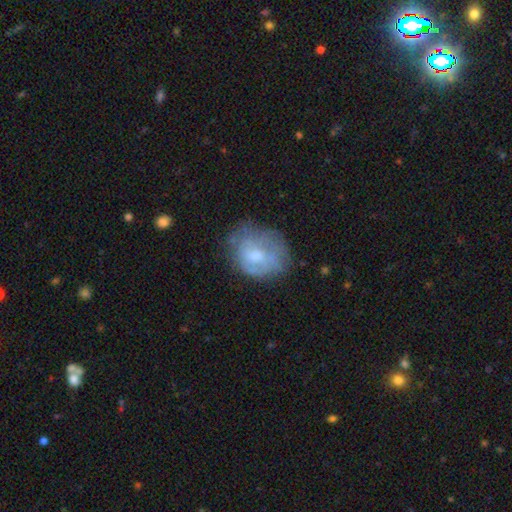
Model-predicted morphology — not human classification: The model was most divided on "smooth or featured": smooth: 48%, featured or disk: 43%, star or artifact: 9%. More confident: merging — none (51%).